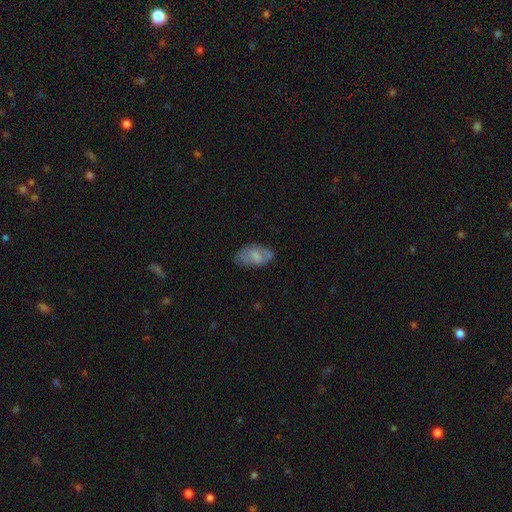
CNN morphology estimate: smooth 61%, featured or disk 31%, star or artifact 8%. Down the decision tree: how rounded — in between (92%); merging — none (60%).